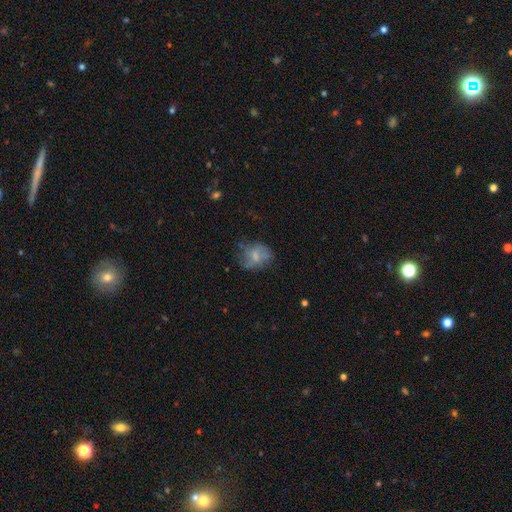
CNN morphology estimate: type=smooth (56%); roundness=in between (50%); merging=none (53%).